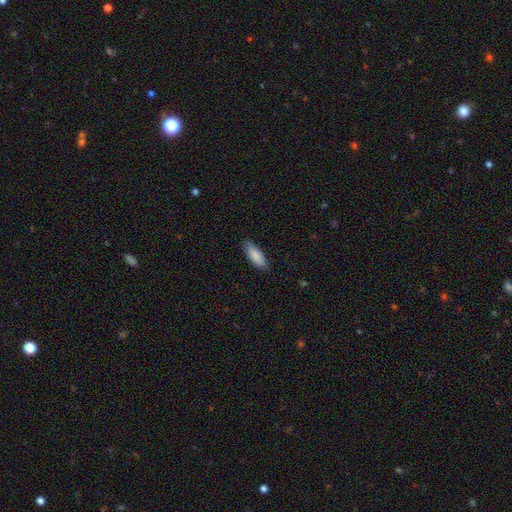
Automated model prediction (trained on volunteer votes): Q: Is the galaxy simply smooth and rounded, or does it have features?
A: smooth — 87%.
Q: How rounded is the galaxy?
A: in between — 67%.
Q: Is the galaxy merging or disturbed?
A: none — 84%.